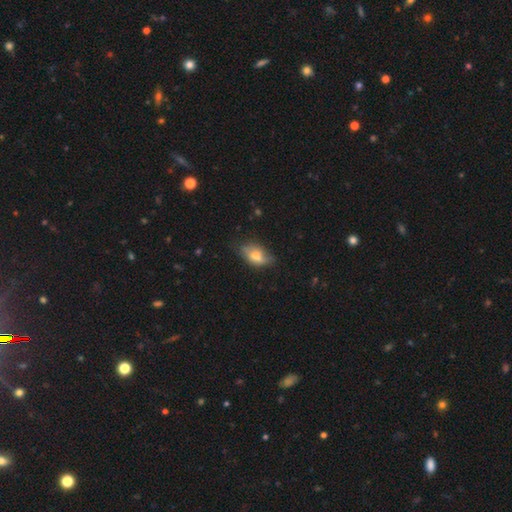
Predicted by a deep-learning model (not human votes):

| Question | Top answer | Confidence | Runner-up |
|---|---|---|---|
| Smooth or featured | smooth | 68% | featured or disk (24%) |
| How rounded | in between | 88% | round (8%) |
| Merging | none | 56% | minor disturbance (32%) |